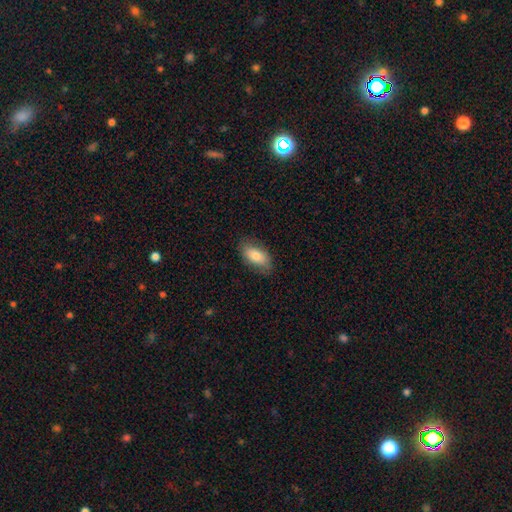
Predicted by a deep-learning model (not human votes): Q: Smooth or featured?
A: smooth (77%); runner-up: featured or disk (17%)
Q: How rounded?
A: in between (92%); runner-up: round (4%)
Q: Merging?
A: none (78%); runner-up: minor disturbance (17%)